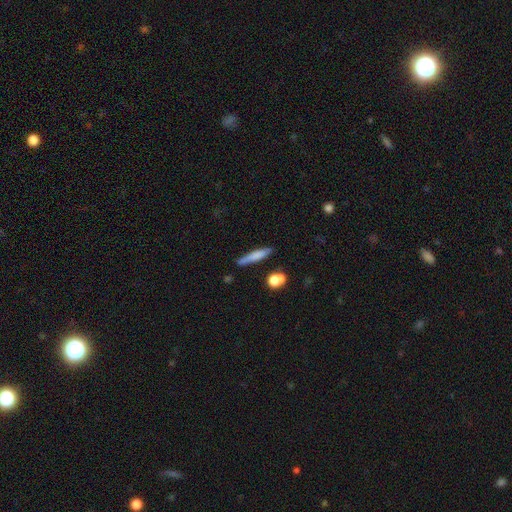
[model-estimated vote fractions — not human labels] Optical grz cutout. It shows a smooth galaxy with no disk features (65%) that is cigar-shaped (90%). Merging: none (76%).